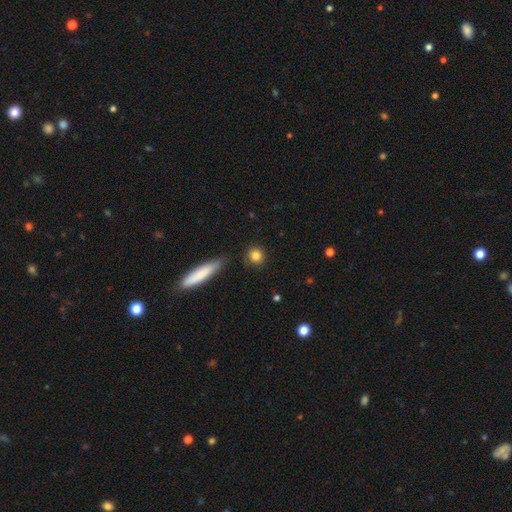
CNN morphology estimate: smooth-or-featured: smooth: 84% | star or artifact: 9% | featured or disk: 8%
  how-rounded: round: 82% | in between: 14% | cigar-shaped: 4%
  merging: none: 86% | minor disturbance: 10% | major disturbance: 2% | merger: 2%